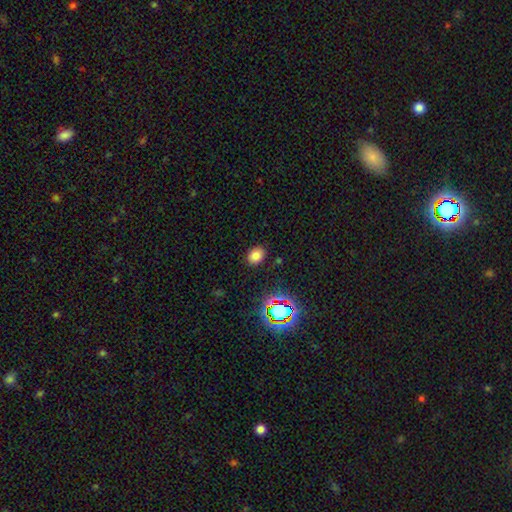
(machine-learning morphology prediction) Smooth or featured? Predicted: smooth (p=0.76). How rounded? Predicted: in between (p=0.65). Merging? Predicted: none (p=0.86).